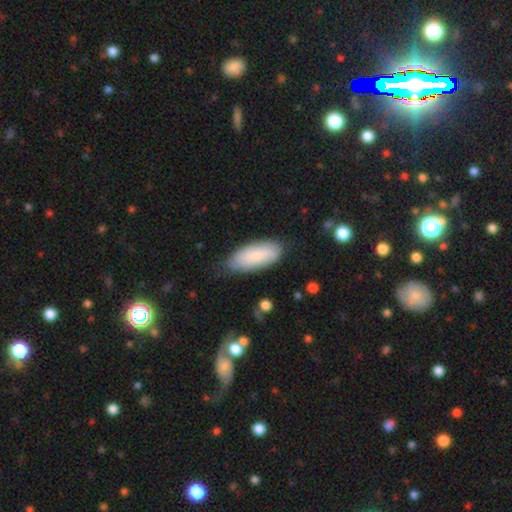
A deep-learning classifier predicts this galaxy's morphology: type=smooth (81%); roundness=in between (79%); merging=none (77%).